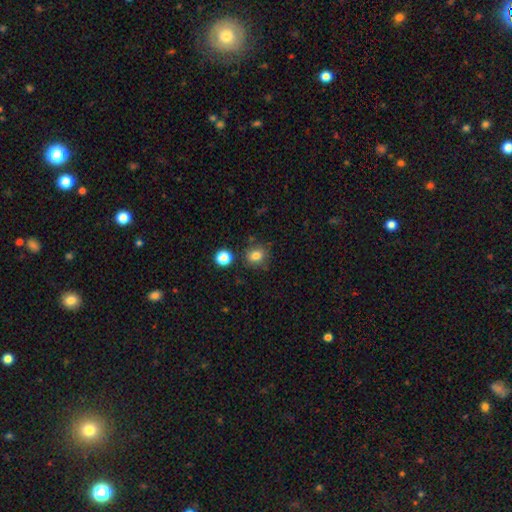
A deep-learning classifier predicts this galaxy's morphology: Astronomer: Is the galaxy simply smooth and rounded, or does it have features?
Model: smooth — 80%.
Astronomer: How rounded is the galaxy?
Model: round — 72%.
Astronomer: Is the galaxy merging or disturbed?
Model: none — 79%.